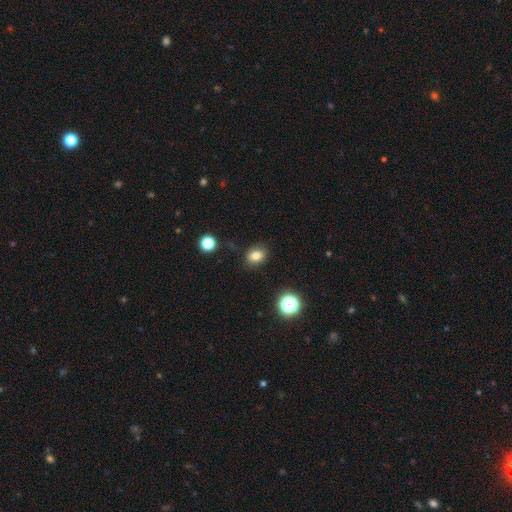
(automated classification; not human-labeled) Q: Smooth or featured?
A: smooth (80%); runner-up: star or artifact (13%)
Q: How rounded?
A: in between (50%); runner-up: round (49%)
Q: Merging?
A: none (84%); runner-up: minor disturbance (11%)